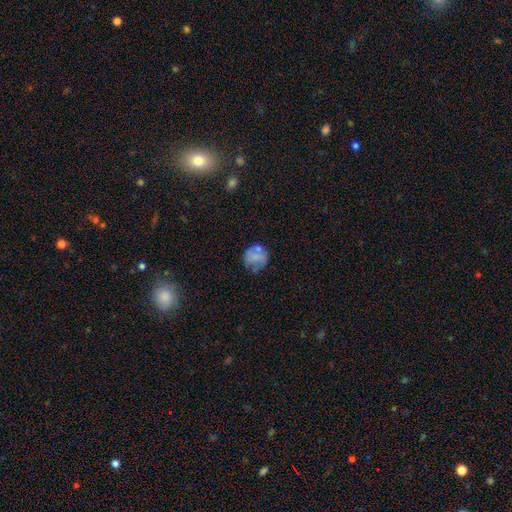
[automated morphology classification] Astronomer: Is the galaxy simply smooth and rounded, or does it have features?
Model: smooth — 60%.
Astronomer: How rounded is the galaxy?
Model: round — 82%.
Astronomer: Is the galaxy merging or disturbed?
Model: none — 52%.